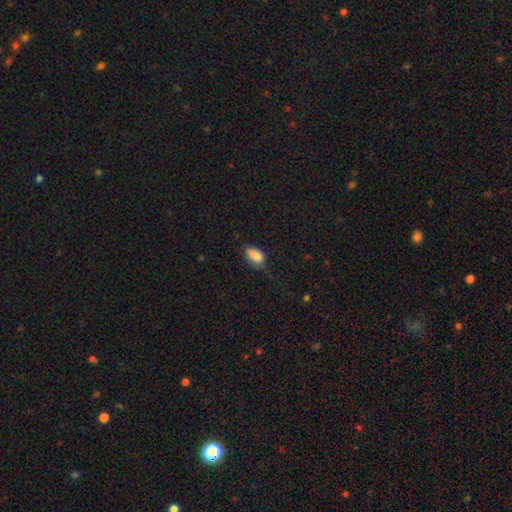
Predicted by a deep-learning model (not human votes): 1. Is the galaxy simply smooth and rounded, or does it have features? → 84% smooth, 9% star or artifact, 8% featured or disk.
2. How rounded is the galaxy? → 90% in between, 7% round, 4% cigar-shaped.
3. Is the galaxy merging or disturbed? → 51% none, 36% minor disturbance, 10% major disturbance, 3% merger.